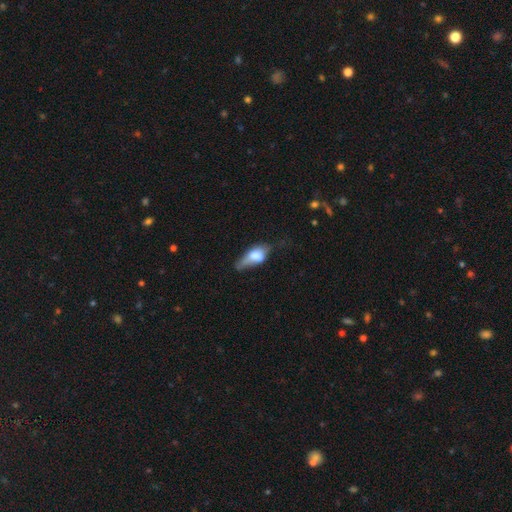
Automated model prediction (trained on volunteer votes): This is likely a smooth galaxy (62%). How rounded: clearly in between (82%). Merging: marginally minor disturbance (35%).